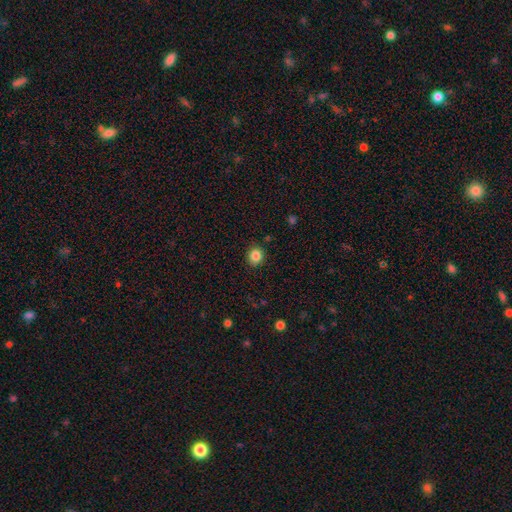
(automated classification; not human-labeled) The model was most divided on "how rounded": round: 80%, in between: 19%, cigar-shaped: 1%. More confident: merging — none (89%); smooth or featured — smooth (84%).